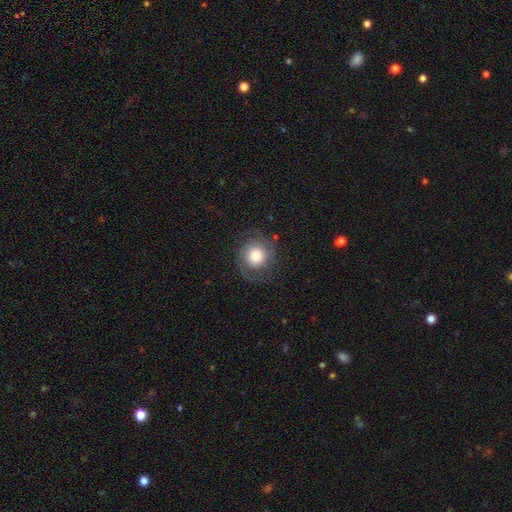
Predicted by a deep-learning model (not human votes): Morphology: type=featured or disk (65%); edge-on=no (98%); bar=no (80%); spiral arms=yes (91%); winding=tight (43%); arm count=2 (85%); bulge=moderate (43%); merging=none (77%).